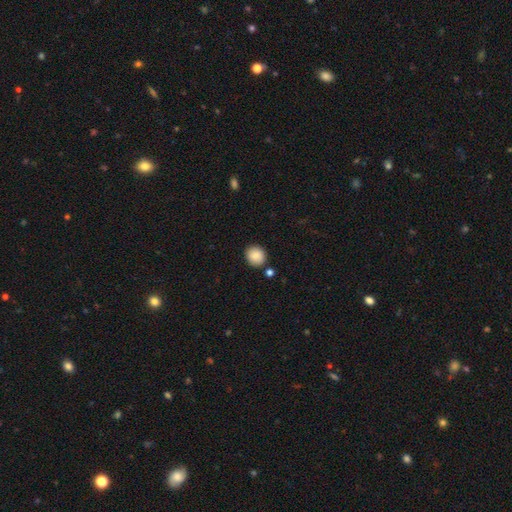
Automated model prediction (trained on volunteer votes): smooth 88%, star or artifact 8%, featured or disk 4%. Down the decision tree: how rounded — round (80%); merging — none (85%).